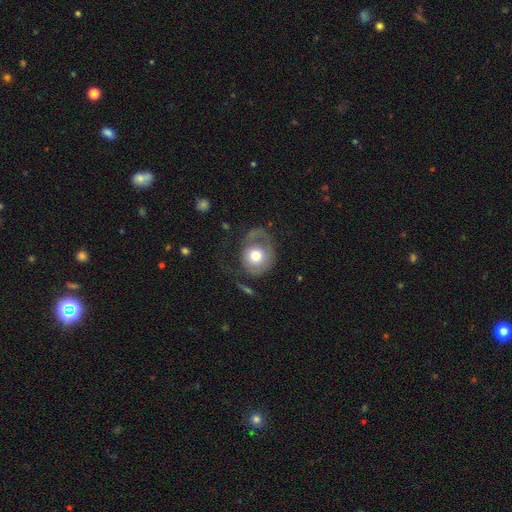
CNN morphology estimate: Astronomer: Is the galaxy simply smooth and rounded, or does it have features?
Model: smooth — 53% (runner-up: featured or disk, 39%).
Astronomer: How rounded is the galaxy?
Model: round — 73%.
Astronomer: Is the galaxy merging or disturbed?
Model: major disturbance — 42% (runner-up: none, 34%).